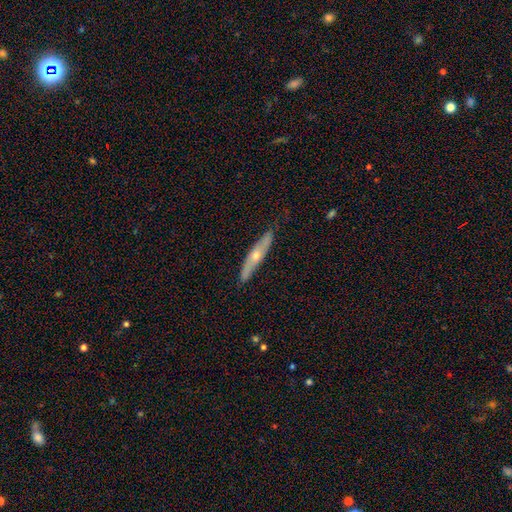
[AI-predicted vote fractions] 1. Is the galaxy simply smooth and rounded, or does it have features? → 57% featured or disk, 37% smooth, 6% star or artifact.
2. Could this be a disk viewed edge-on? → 78% yes, 22% no.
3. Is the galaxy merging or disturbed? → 85% none, 12% minor disturbance, 2% major disturbance, 1% merger.